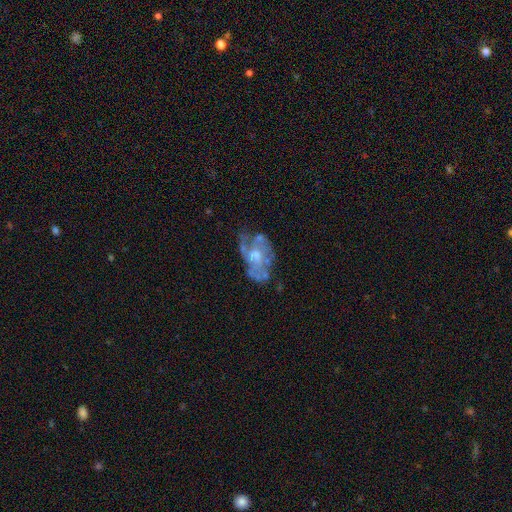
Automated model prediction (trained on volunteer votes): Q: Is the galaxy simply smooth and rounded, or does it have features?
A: featured or disk — 74%.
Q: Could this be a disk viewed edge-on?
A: no — 96%.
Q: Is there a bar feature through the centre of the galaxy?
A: no — 77%.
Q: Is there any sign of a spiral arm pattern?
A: yes — 54%.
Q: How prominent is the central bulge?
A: moderate — 54%.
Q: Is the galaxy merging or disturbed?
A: none — 50%.